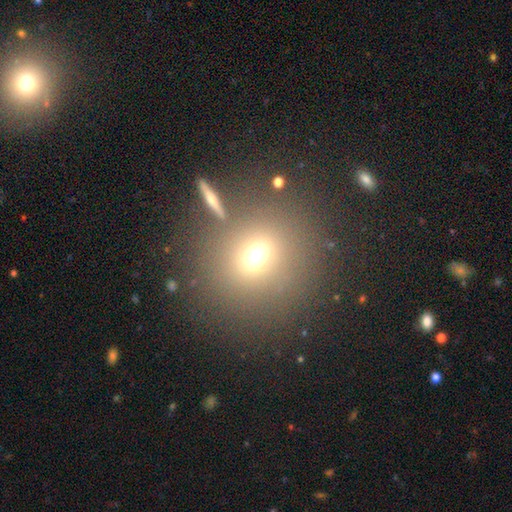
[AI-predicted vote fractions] This appears to be a smooth galaxy with no disk features (67%) that is round (74%). Merging: none (68%).